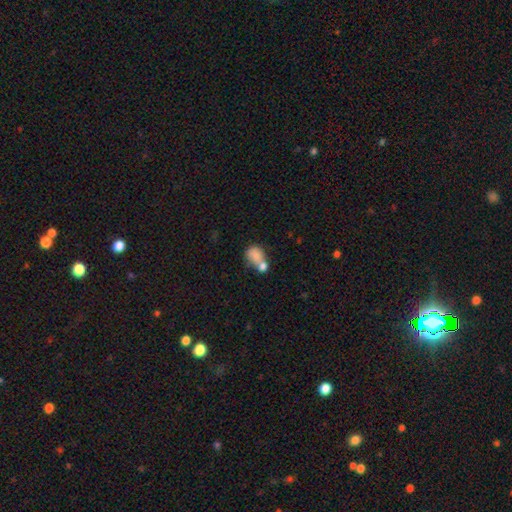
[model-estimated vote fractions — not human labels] smooth 78%, featured or disk 13%, star or artifact 9%. Down the decision tree: how rounded — in between (58%); merging — merger (60%).